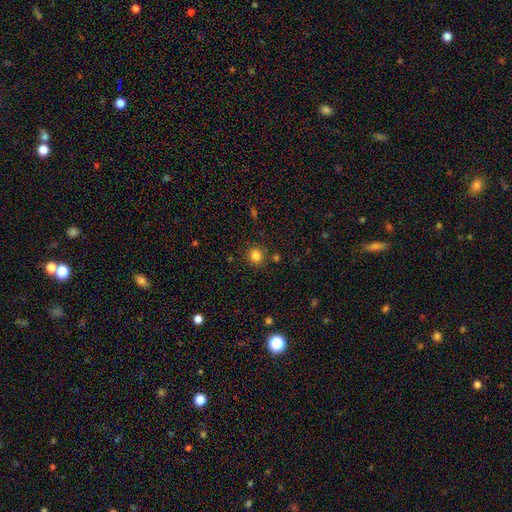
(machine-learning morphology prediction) smooth_or_featured: smooth (p=0.83) [alt: star or artifact p=0.13]
how_rounded: round (p=0.88) [alt: in between p=0.11]
merging: none (p=0.86) [alt: minor disturbance p=0.08]